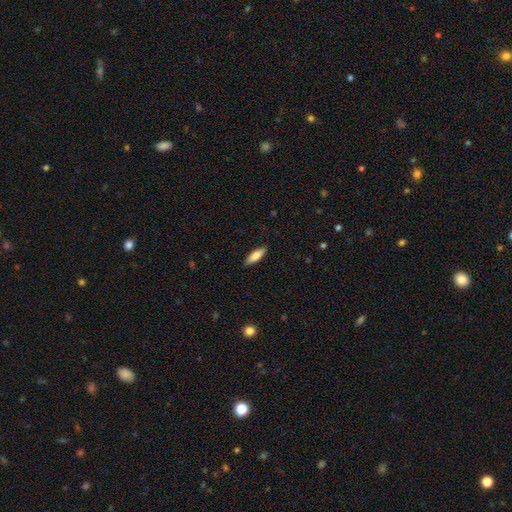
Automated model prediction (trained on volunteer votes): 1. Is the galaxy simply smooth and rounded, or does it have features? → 77% smooth, 18% featured or disk, 6% star or artifact.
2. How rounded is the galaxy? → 50% cigar-shaped, 48% in between, 2% round.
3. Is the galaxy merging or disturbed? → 88% none, 9% minor disturbance, 2% major disturbance, 1% merger.